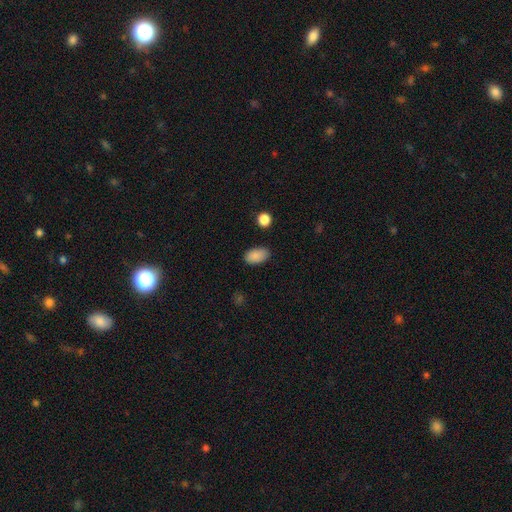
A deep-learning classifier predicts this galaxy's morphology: Smooth or featured? Predicted: smooth (p=0.87). How rounded? Predicted: in between (p=0.93). Merging? Predicted: none (p=0.82).